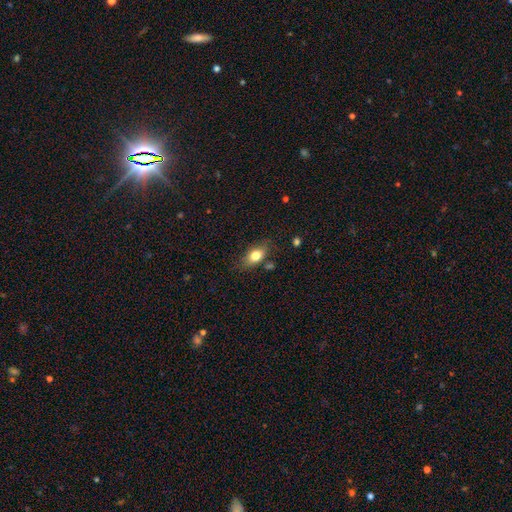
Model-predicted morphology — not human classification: Smooth or featured? Predicted: smooth (p=0.79). How rounded? Predicted: in between (p=0.83). Merging? Predicted: none (p=0.74).